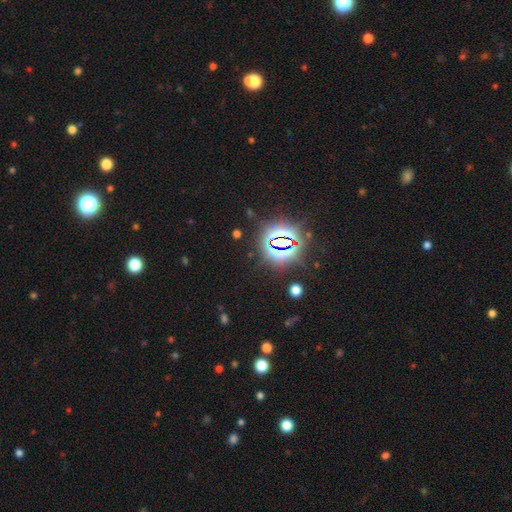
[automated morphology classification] A star or artifact, not a galaxy (83%).